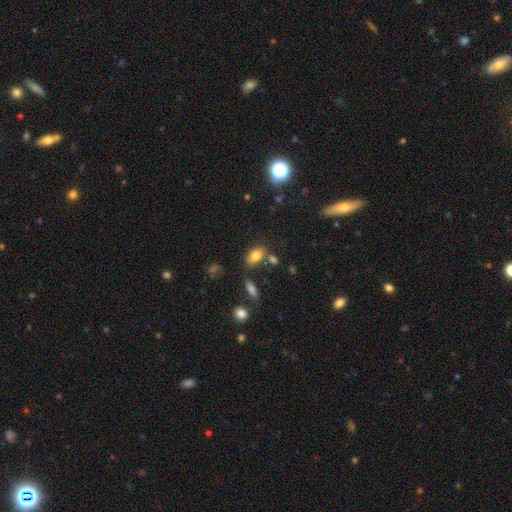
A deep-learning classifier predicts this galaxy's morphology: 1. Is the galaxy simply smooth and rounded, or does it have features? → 80% smooth, 11% featured or disk, 9% star or artifact.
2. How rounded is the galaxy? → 88% in between, 8% round, 4% cigar-shaped.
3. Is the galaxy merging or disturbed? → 66% none, 15% minor disturbance, 14% merger, 5% major disturbance.